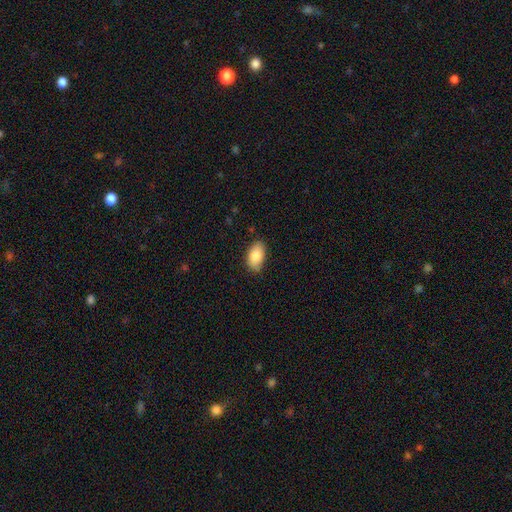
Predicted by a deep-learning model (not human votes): smooth_or_featured: smooth (p=0.86) [alt: featured or disk p=0.08]
how_rounded: in between (p=0.93) [alt: round p=0.05]
merging: none (p=0.82) [alt: minor disturbance p=0.15]